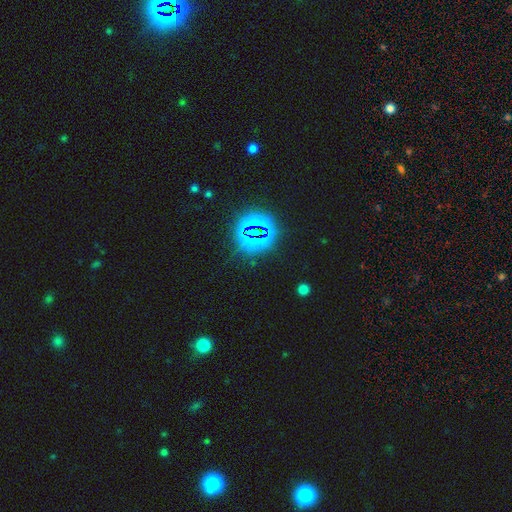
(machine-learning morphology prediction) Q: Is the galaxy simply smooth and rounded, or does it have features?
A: star or artifact — 66%.